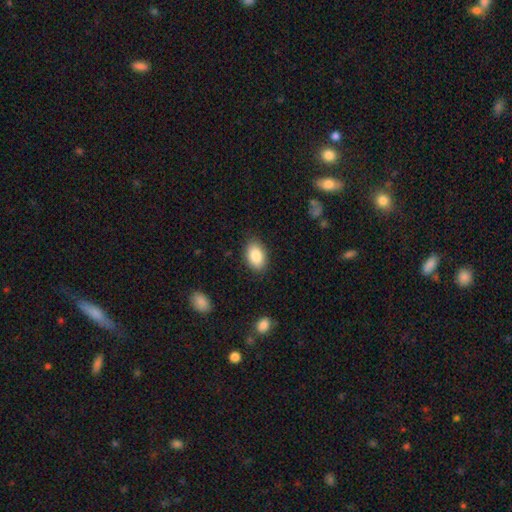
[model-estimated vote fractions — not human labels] A smooth galaxy with no disk features (86%) that is in between round and cigar-shaped (90%). Merging: none (84%).